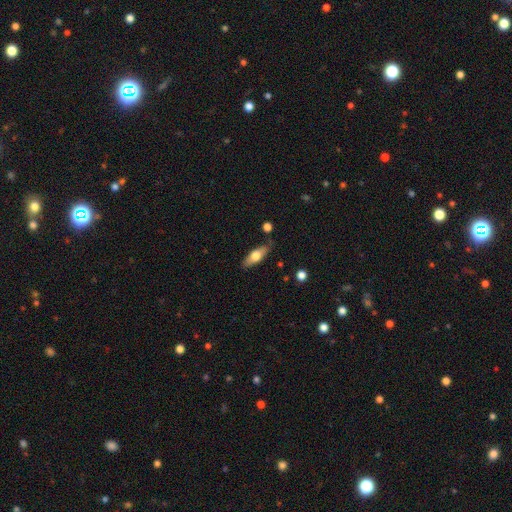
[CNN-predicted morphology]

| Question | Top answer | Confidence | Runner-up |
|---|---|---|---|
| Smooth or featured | smooth | 60% | featured or disk (34%) |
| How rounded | in between | 62% | cigar-shaped (35%) |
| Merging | none | 79% | minor disturbance (15%) |